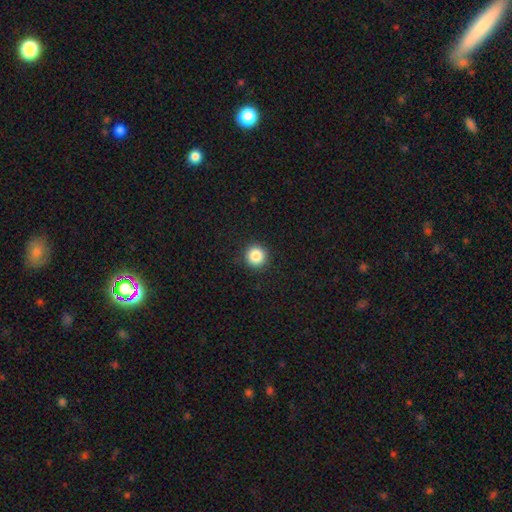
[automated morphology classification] Q: Smooth or featured?
A: smooth (86%); runner-up: star or artifact (10%)
Q: How rounded?
A: round (95%); runner-up: in between (4%)
Q: Merging?
A: none (92%); runner-up: minor disturbance (5%)